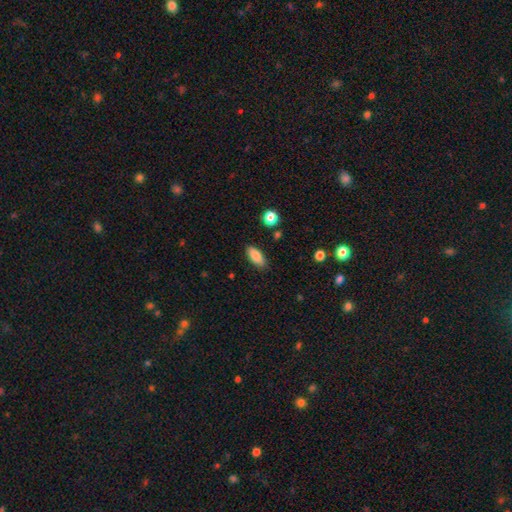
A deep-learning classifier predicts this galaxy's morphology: smooth 85%, star or artifact 7%, featured or disk 7%. Down the decision tree: how rounded — in between (85%); merging — none (86%).